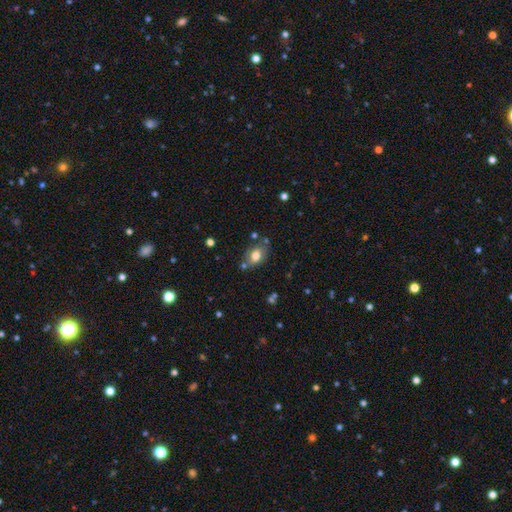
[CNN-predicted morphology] Smooth or featured?
  - smooth: 75% *
  - featured or disk: 16%
  - star or artifact: 9%
How rounded?
  - in between: 78% *
  - round: 21%
  - cigar-shaped: 1%
Merging?
  - none: 70% *
  - minor disturbance: 17%
  - merger: 9%
  - major disturbance: 4%